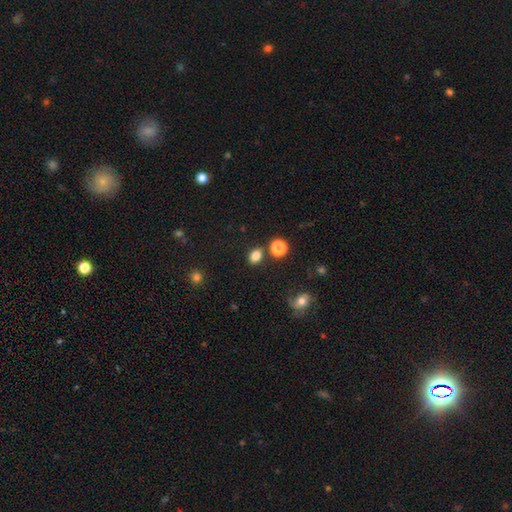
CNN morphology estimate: smooth_or_featured: smooth (p=0.81) [alt: star or artifact p=0.13]
how_rounded: in between (p=0.64) [alt: round p=0.35]
merging: none (p=0.77) [alt: minor disturbance p=0.10]